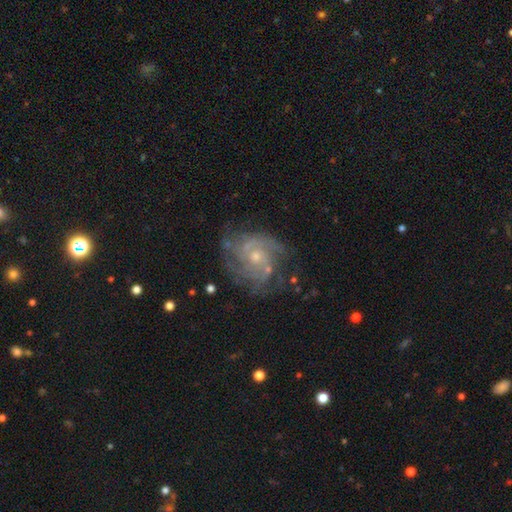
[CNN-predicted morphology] smooth-or-featured: featured or disk: 85% | smooth: 8% | star or artifact: 7%
  disk-edge-on: no: 98% | yes: 2%
    bar: no: 76% | weak: 21% | strong: 3%
    has-spiral-arms: yes: 93% | no: 7%
      spiral-winding: tight: 52% | medium: 38% | loose: 10%
      spiral-arm-count: can't tell: 29% | 3: 25% | 2: 18% | 4: 15% | more than 4: 6% | 1: 6%
    bulge-size: small: 58% | moderate: 37% | none: 2% | large: 1% | dominant: 1%
  merging: none: 67% | minor disturbance: 19% | major disturbance: 11% | merger: 3%